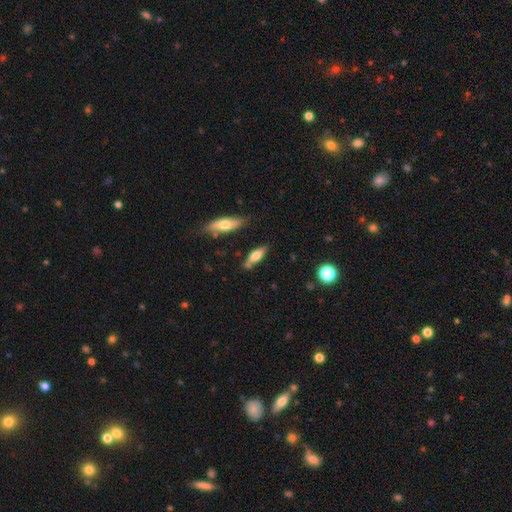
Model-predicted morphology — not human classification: Overall: smooth (62%; featured or disk 31%). How rounded: in between (58%; cigar-shaped 39%). Merging: none (68%).